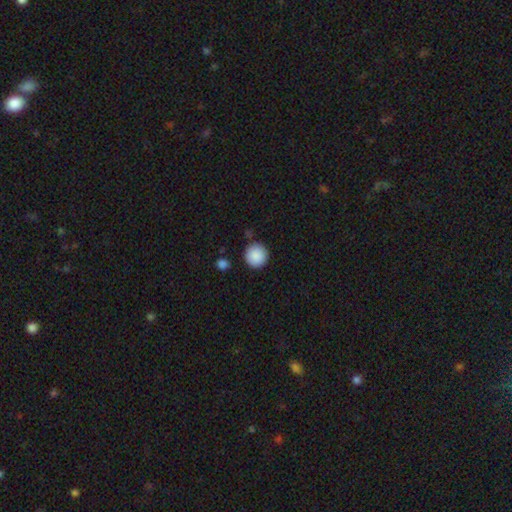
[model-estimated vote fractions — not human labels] Q: Smooth or featured?
A: smooth (89%); runner-up: star or artifact (7%)
Q: How rounded?
A: round (95%); runner-up: in between (4%)
Q: Merging?
A: none (87%); runner-up: minor disturbance (8%)